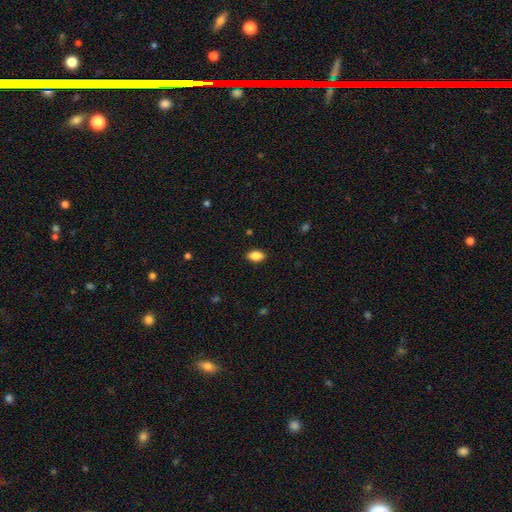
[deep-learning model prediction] smooth-or-featured: smooth: 87% | star or artifact: 8% | featured or disk: 5%
  how-rounded: in between: 90% | round: 7% | cigar-shaped: 3%
  merging: none: 88% | minor disturbance: 9% | major disturbance: 2% | merger: 1%